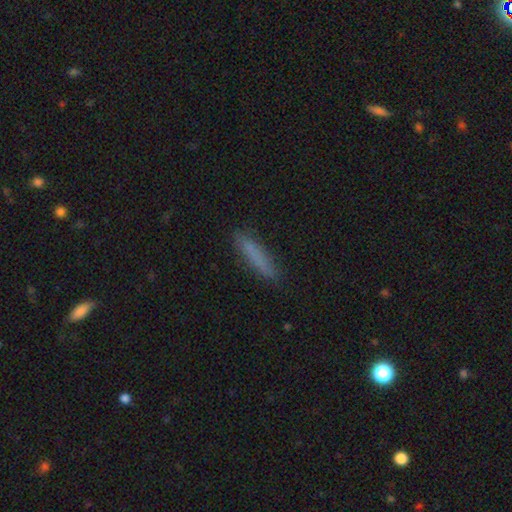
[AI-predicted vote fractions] This is likely a smooth galaxy (78%). How rounded: clearly cigar-shaped (90%). Merging: clearly none (88%).